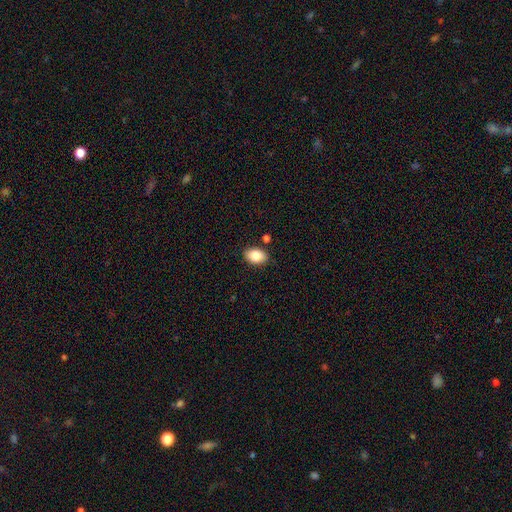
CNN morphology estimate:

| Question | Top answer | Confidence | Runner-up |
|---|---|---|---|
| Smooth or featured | smooth | 84% | featured or disk (9%) |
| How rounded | in between | 87% | round (12%) |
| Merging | none | 85% | minor disturbance (10%) |